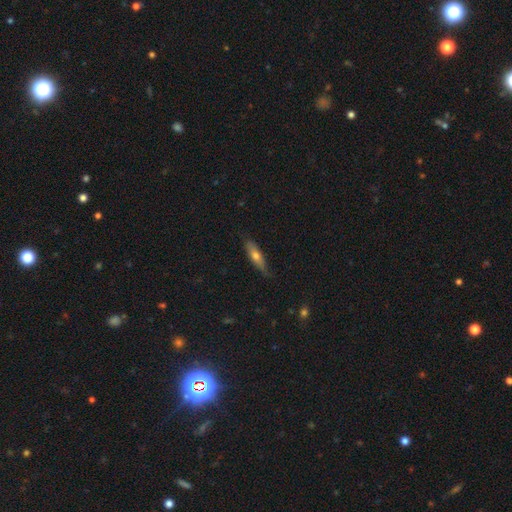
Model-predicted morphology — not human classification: Smooth or featured: smooth — 62% (featured or disk — 32%)
How rounded: cigar-shaped — 60% (in between — 38%)
Merging: none — 68% (minor disturbance — 26%)